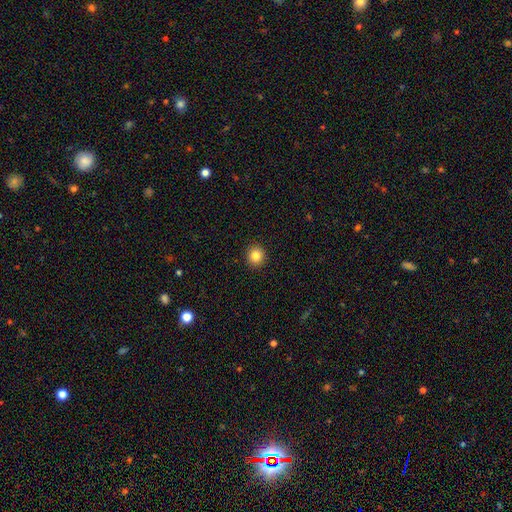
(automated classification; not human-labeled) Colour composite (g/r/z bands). It shows a smooth galaxy with no disk features (84%) that is round (92%). Merging: none (93%).